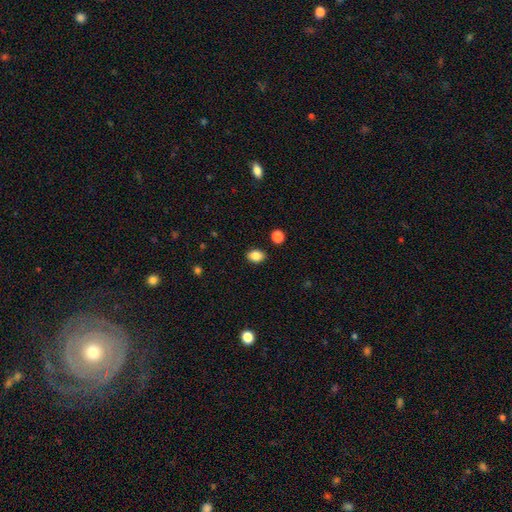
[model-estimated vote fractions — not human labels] Smooth or featured: smooth — 86% (star or artifact — 9%)
How rounded: in between — 76% (round — 23%)
Merging: none — 87% (minor disturbance — 9%)